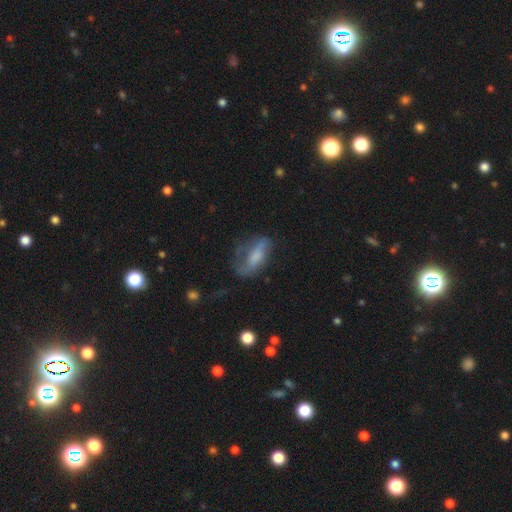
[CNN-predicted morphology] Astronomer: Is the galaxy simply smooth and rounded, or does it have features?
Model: smooth — 52% (runner-up: featured or disk, 38%).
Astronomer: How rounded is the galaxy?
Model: in between — 75%.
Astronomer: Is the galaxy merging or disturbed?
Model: none — 39% (runner-up: major disturbance, 30%).